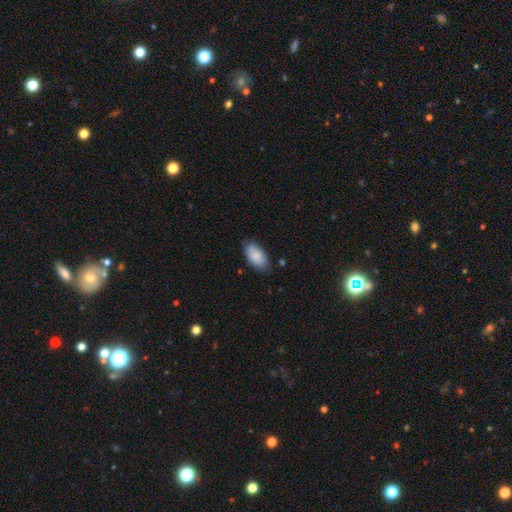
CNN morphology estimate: Smooth or featured?
  - smooth: 84% *
  - featured or disk: 10%
  - star or artifact: 6%
How rounded?
  - in between: 94% *
  - cigar-shaped: 3%
  - round: 3%
Merging?
  - none: 74% *
  - minor disturbance: 21%
  - major disturbance: 3%
  - merger: 2%